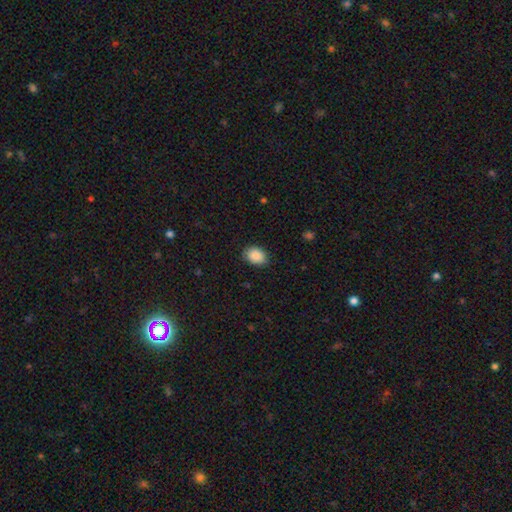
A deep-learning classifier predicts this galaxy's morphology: Smooth or featured?
  - smooth: 89% *
  - star or artifact: 7%
  - featured or disk: 4%
How rounded?
  - in between: 70% *
  - round: 29%
  - cigar-shaped: 1%
Merging?
  - none: 81% *
  - minor disturbance: 15%
  - major disturbance: 3%
  - merger: 1%